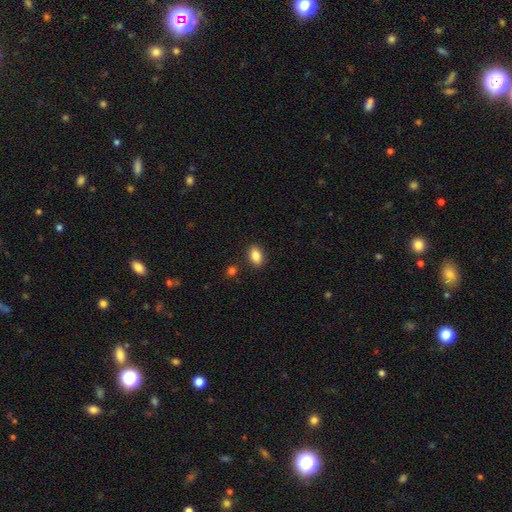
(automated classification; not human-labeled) smooth_or_featured: smooth (p=0.86) [alt: star or artifact p=0.08]
how_rounded: in between (p=0.86) [alt: round p=0.11]
merging: none (p=0.88) [alt: minor disturbance p=0.08]